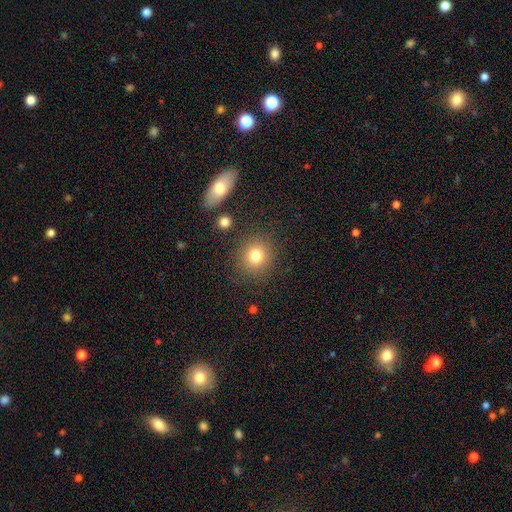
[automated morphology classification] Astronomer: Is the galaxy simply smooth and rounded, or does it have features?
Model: smooth — 79%.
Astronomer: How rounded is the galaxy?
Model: round — 87%.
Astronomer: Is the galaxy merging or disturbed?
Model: none — 86%.